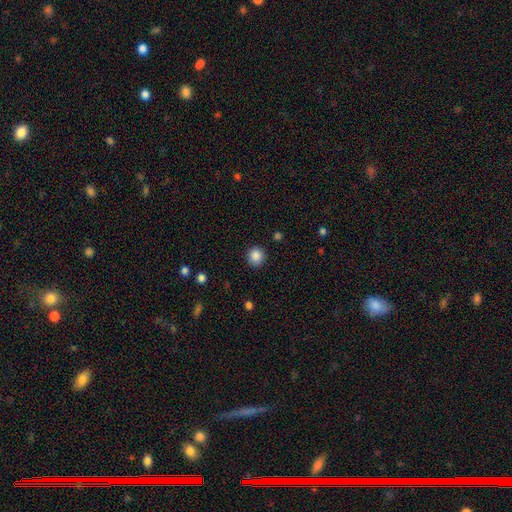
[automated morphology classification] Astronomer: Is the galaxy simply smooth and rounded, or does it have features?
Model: smooth — 87%.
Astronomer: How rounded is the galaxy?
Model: round — 91%.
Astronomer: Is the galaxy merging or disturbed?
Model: none — 91%.